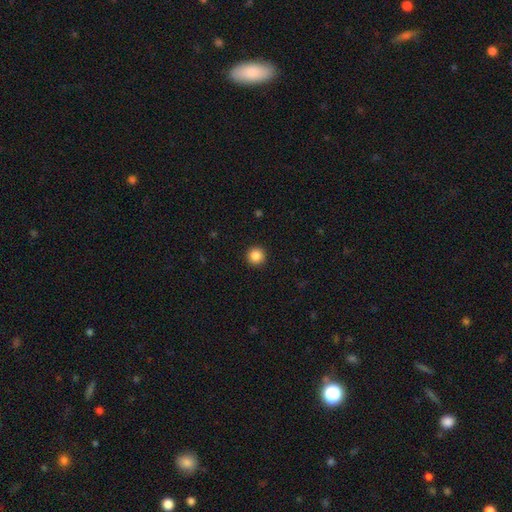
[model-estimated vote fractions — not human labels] This appears to be a smooth galaxy with no disk features (86%) that is round (96%). Merging: none (93%).